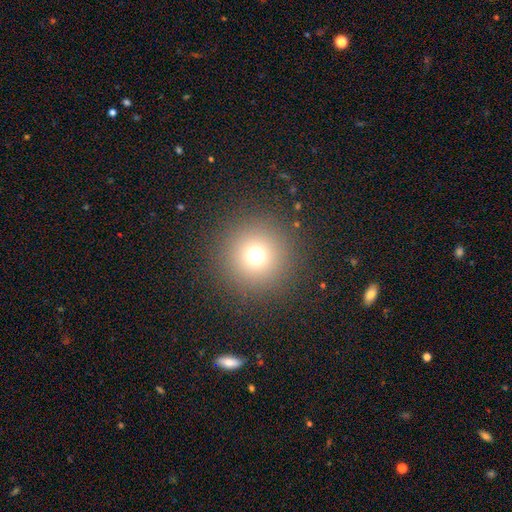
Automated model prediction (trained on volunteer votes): smooth 69%, star or artifact 23%, featured or disk 8%. Down the decision tree: how rounded — round (96%); merging — none (90%).